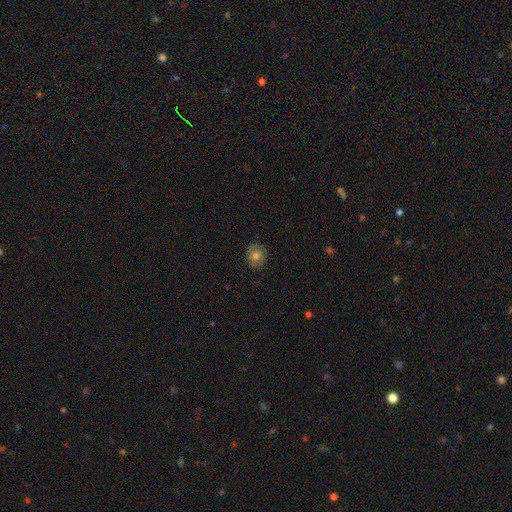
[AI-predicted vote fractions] Smooth or featured? smooth (71%)
How rounded? round (72%)
Merging? none (84%)